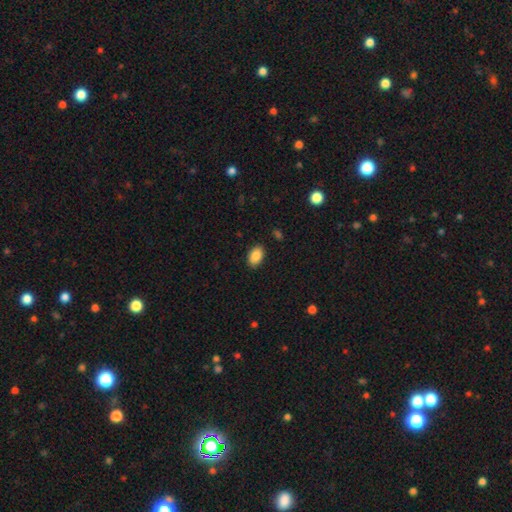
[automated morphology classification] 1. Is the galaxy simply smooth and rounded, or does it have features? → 87% smooth, 7% star or artifact, 5% featured or disk.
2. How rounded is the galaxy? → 90% in between, 9% round, 1% cigar-shaped.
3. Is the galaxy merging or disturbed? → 89% none, 8% minor disturbance, 2% major disturbance, 1% merger.